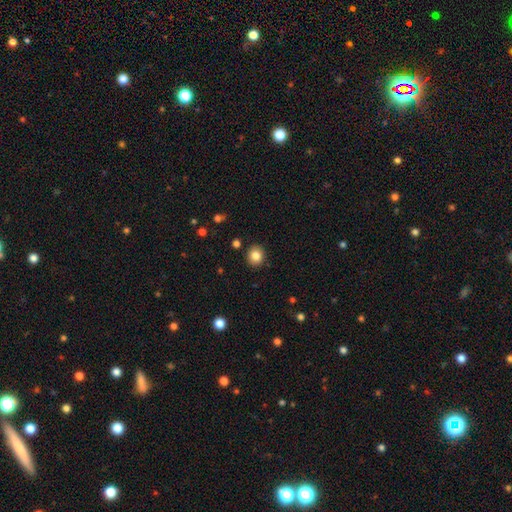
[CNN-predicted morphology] Smooth or featured: smooth — 83% (star or artifact — 10%)
How rounded: round — 80% (in between — 19%)
Merging: none — 90% (minor disturbance — 7%)